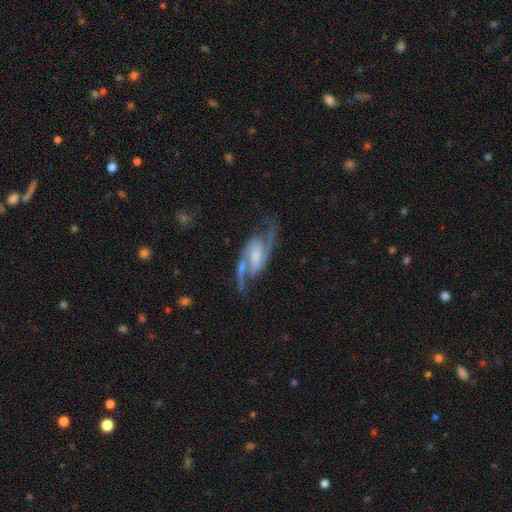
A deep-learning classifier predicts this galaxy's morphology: featured or disk 91%, star or artifact 5%, smooth 4%. Down the decision tree: edge-on disk — no (96%); bar — weak (44%); spiral arms — yes (98%); spiral arm count — 2 (93%); spiral winding — medium (56%); bulge size — small (37%); merging — none (70%).